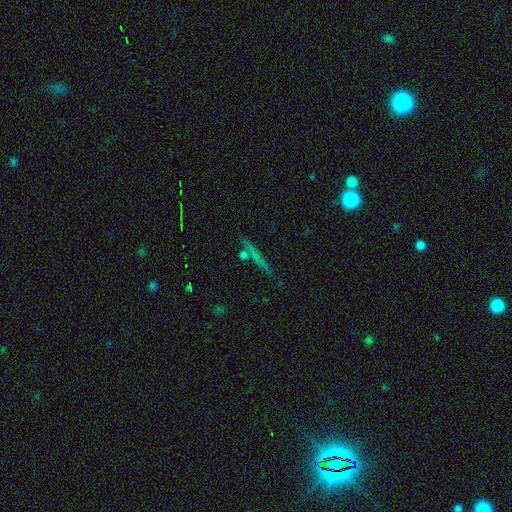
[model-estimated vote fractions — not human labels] Q: Smooth or featured?
A: smooth (42%); runner-up: featured or disk (39%)
Q: Merging?
A: none (81%); runner-up: minor disturbance (10%)